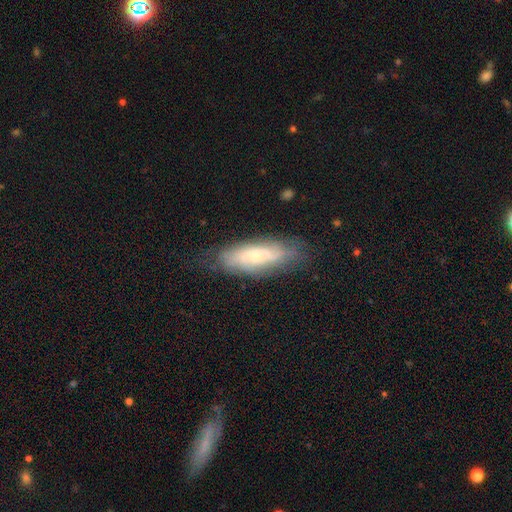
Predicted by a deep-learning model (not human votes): Morphology: type=featured or disk (48%); merging=none (70%).